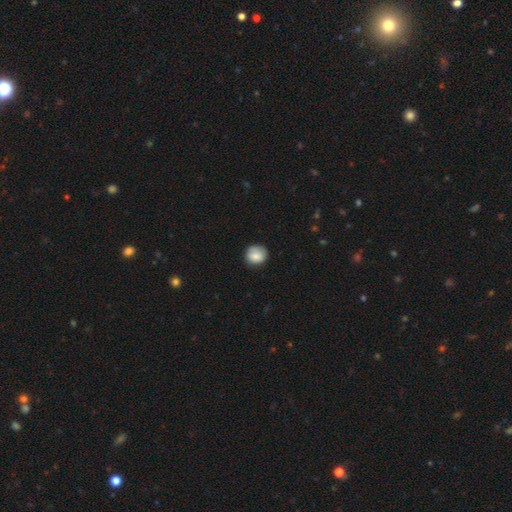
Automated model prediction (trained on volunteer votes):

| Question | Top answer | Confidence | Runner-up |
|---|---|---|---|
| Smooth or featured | smooth | 82% | featured or disk (11%) |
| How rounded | round | 83% | in between (16%) |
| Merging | none | 79% | minor disturbance (17%) |